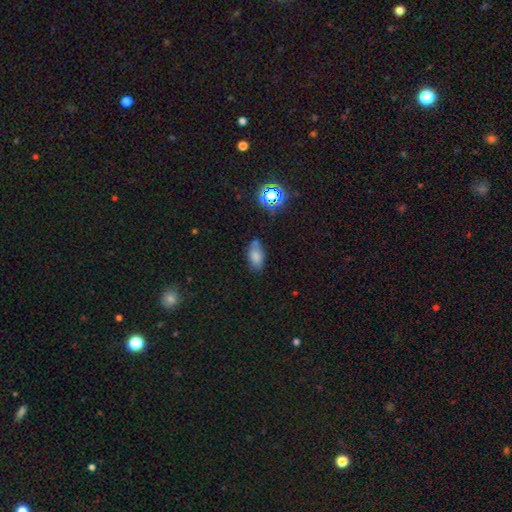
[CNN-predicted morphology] A smooth galaxy with no disk features (77%) that is in between round and cigar-shaped (90%).

Vote fractions:
- Smooth or featured? smooth: 77% / star or artifact: 13% / featured or disk: 10%
- How rounded? in between: 90% / round: 6% / cigar-shaped: 4%
- Merging? none: 65% / minor disturbance: 22% / merger: 8% / major disturbance: 5%